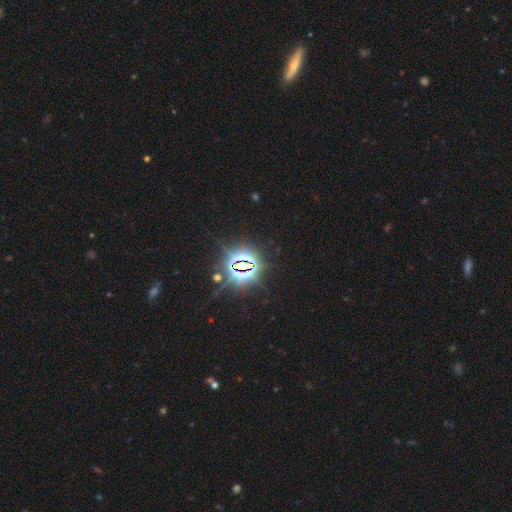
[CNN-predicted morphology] A star or artifact, not a galaxy (86%).

Vote fractions:
- Smooth or featured? star or artifact: 86% / smooth: 8% / featured or disk: 7%